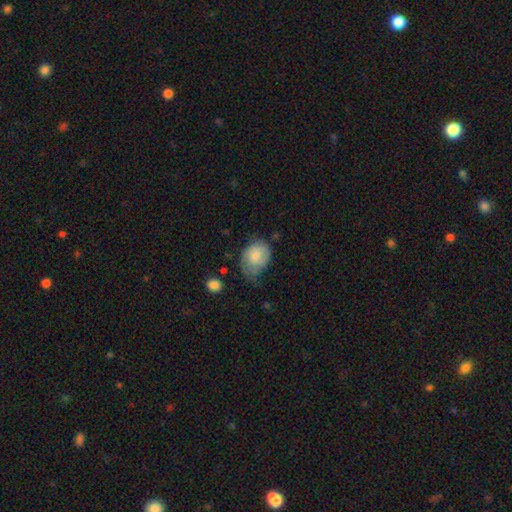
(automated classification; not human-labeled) This appears to be a smooth galaxy with no disk features (72%) that is in between round and cigar-shaped (66%). Merging: minor disturbance (41%).